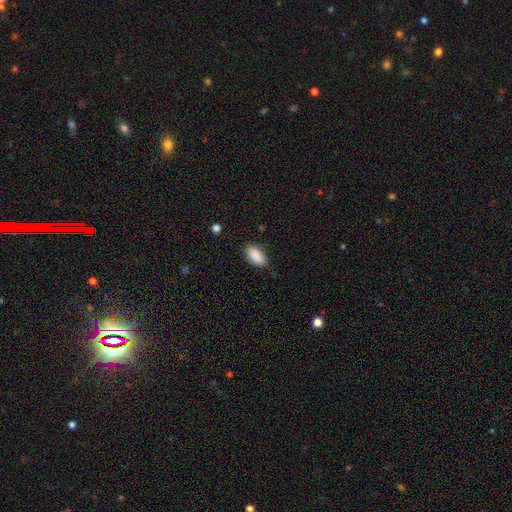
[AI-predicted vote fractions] Morphology: type=smooth (90%); roundness=in between (92%); merging=none (84%).